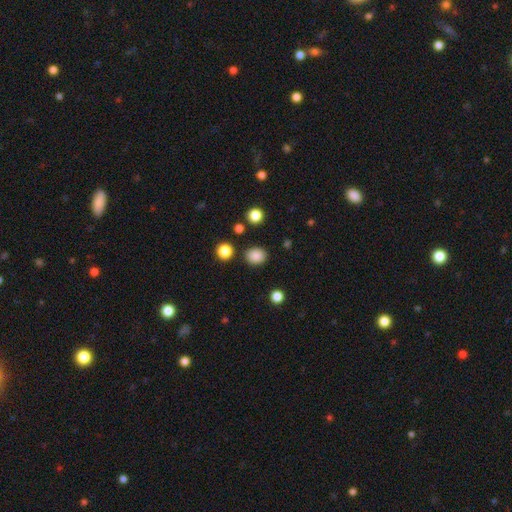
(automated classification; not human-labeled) A smooth galaxy with no disk features (86%) that is round (65%).

Vote fractions:
- Smooth or featured? smooth: 86% / star or artifact: 11% / featured or disk: 3%
- How rounded? round: 65% / in between: 34% / cigar-shaped: 1%
- Merging? none: 86% / minor disturbance: 9% / major disturbance: 3% / merger: 2%